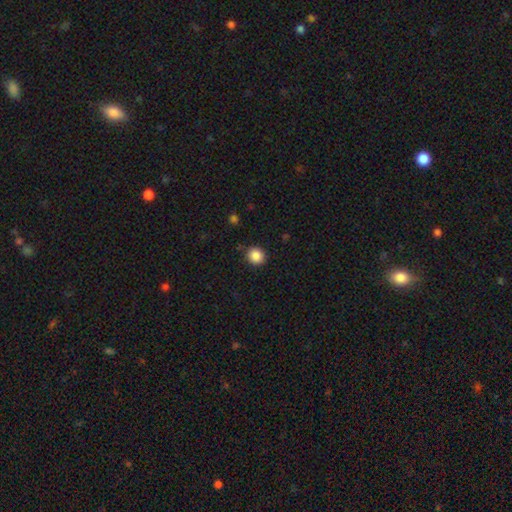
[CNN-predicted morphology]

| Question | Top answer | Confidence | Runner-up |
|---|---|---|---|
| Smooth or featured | smooth | 87% | star or artifact (10%) |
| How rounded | round | 84% | in between (15%) |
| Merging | none | 87% | minor disturbance (9%) |